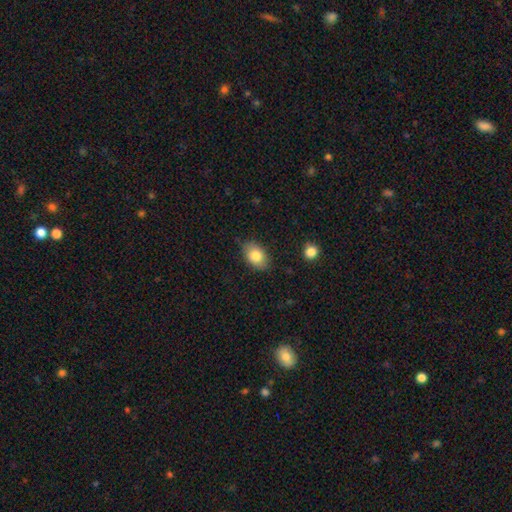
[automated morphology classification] This is clearly a smooth galaxy (81%). How rounded: clearly in between (86%). Merging: clearly none (80%).